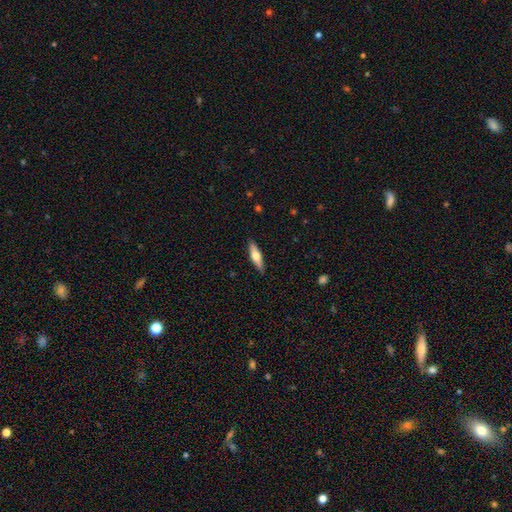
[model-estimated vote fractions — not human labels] The model was most divided on "smooth or featured": smooth: 54%, featured or disk: 40%, star or artifact: 6%. More confident: merging — none (89%); how rounded — cigar-shaped (65%).